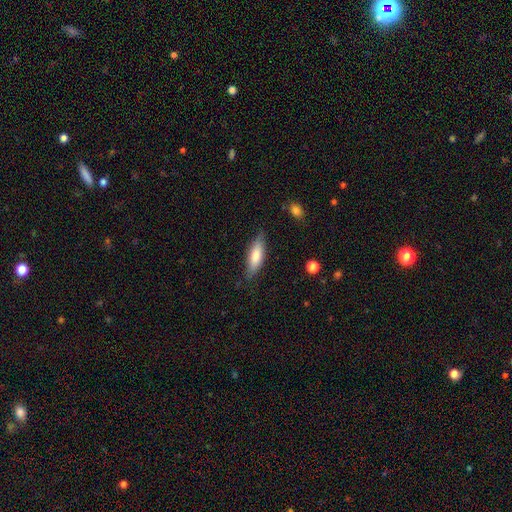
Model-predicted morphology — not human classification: Smooth or featured?
  - smooth: 72% *
  - featured or disk: 22%
  - star or artifact: 6%
How rounded?
  - cigar-shaped: 54% *
  - in between: 45%
  - round: 2%
Merging?
  - none: 79% *
  - minor disturbance: 17%
  - major disturbance: 3%
  - merger: 1%